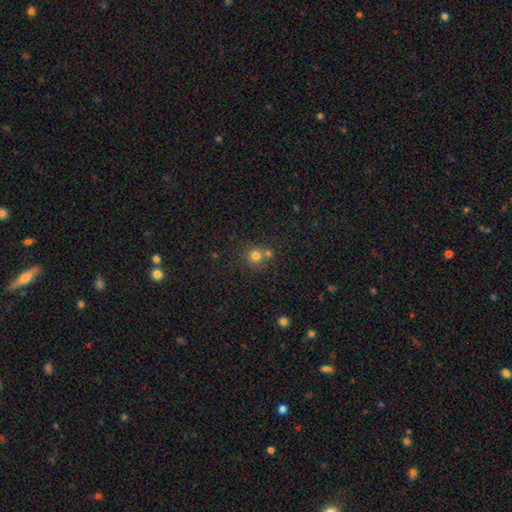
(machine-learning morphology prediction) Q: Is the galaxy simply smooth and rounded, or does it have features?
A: smooth — 76%.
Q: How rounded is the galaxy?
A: round — 90%.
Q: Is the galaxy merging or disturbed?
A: none — 61%.